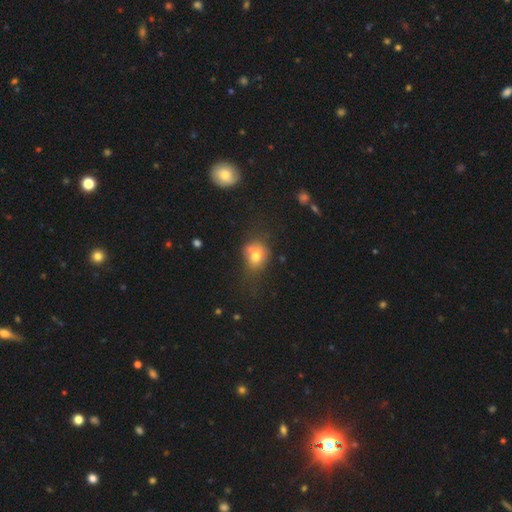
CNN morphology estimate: smooth-or-featured: smooth: 69% | featured or disk: 17% | star or artifact: 13%
  how-rounded: round: 60% | in between: 39% | cigar-shaped: 1%
  merging: none: 40% | merger: 26% | minor disturbance: 22% | major disturbance: 13%